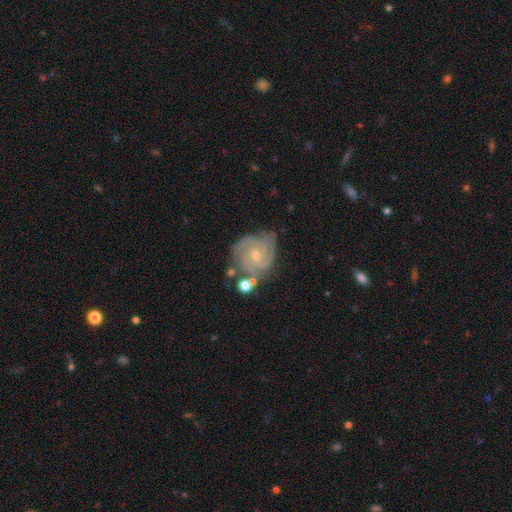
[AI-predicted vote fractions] smooth-or-featured: featured or disk: 86% | smooth: 8% | star or artifact: 6%
  disk-edge-on: no: 98% | yes: 2%
    bar: no: 66% | weak: 29% | strong: 5%
    has-spiral-arms: yes: 97% | no: 3%
      spiral-winding: tight: 70% | medium: 26% | loose: 4%
      spiral-arm-count: 3: 41% | 4: 17% | 2: 17% | can't tell: 16% | more than 4: 5% | 1: 5%
    bulge-size: small: 65% | moderate: 32% | none: 1% | large: 1% | dominant: 1%
  merging: none: 65% | minor disturbance: 21% | merger: 7% | major disturbance: 7%